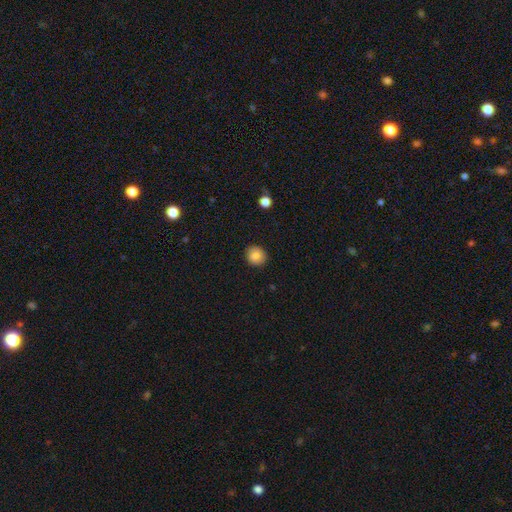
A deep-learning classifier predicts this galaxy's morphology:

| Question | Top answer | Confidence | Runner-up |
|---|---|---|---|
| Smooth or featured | smooth | 85% | star or artifact (9%) |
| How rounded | round | 82% | in between (17%) |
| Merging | none | 89% | minor disturbance (8%) |